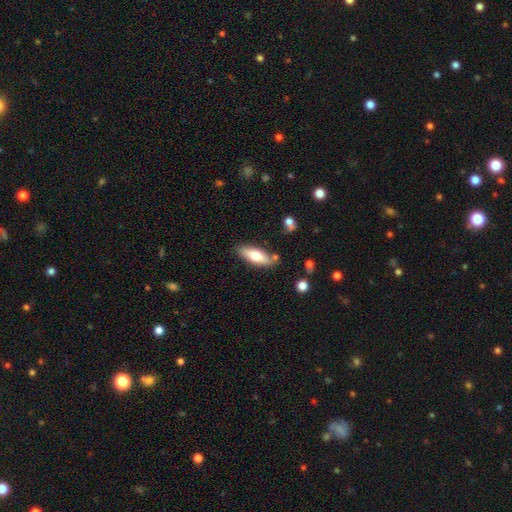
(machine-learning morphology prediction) smooth-or-featured: smooth: 67% | featured or disk: 27% | star or artifact: 6%
  how-rounded: in between: 58% | cigar-shaped: 40% | round: 2%
  merging: none: 81% | minor disturbance: 12% | merger: 4% | major disturbance: 3%